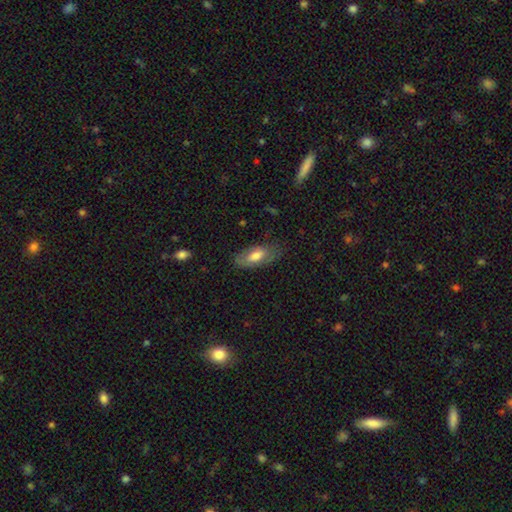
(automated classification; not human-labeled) Smooth or featured? Predicted: smooth (p=0.65). How rounded? Predicted: in between (p=0.87). Merging? Predicted: none (p=0.69).